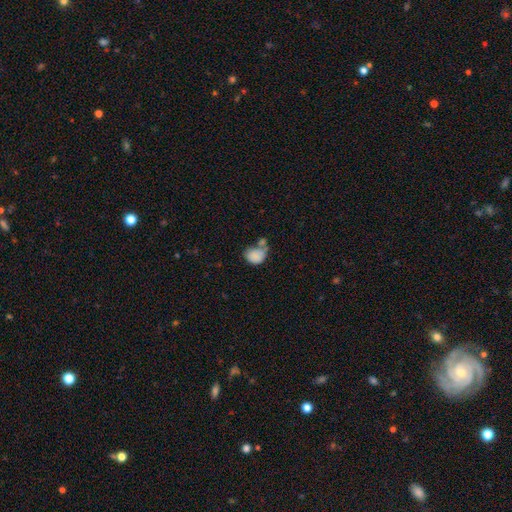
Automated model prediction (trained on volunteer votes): smooth_or_featured: smooth (p=0.83) [alt: star or artifact p=0.08]
how_rounded: in between (p=0.53) [alt: round p=0.46]
merging: merger (p=0.35) [alt: none p=0.33]